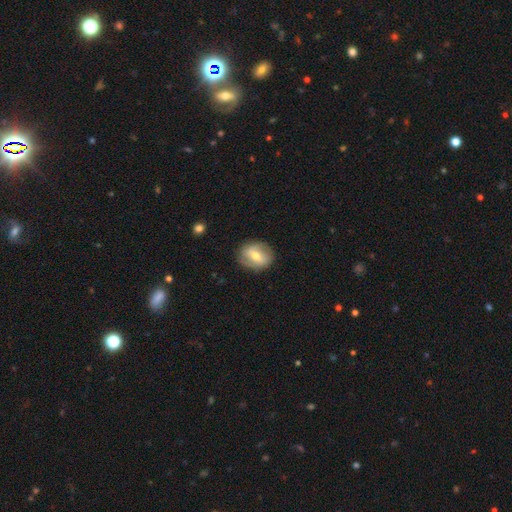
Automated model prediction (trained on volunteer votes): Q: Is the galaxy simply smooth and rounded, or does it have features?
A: featured or disk — 53%.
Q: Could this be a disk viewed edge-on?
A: no — 94%.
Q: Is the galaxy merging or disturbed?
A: none — 82%.